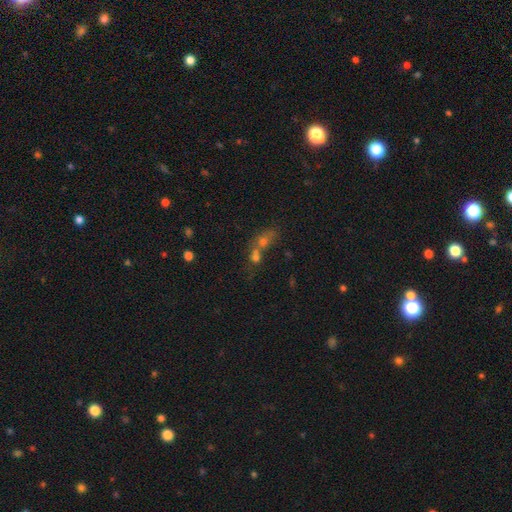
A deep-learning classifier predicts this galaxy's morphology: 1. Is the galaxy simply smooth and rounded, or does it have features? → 54% smooth, 25% star or artifact, 21% featured or disk.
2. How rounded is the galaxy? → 54% round, 40% in between, 6% cigar-shaped.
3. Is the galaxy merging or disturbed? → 67% merger, 22% none, 6% minor disturbance, 5% major disturbance.